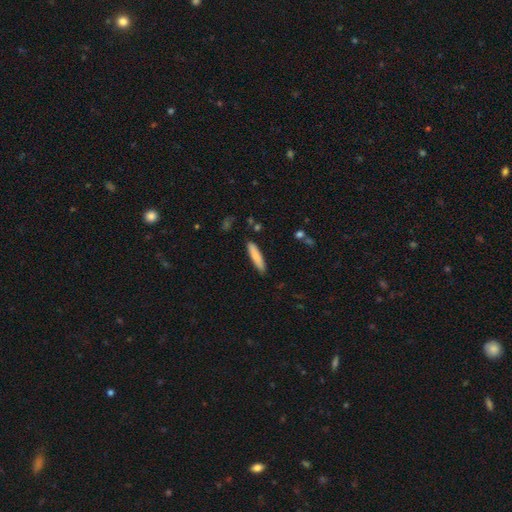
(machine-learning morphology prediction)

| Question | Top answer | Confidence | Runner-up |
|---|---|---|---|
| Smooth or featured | smooth | 81% | featured or disk (13%) |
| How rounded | cigar-shaped | 82% | in between (16%) |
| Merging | none | 87% | minor disturbance (10%) |